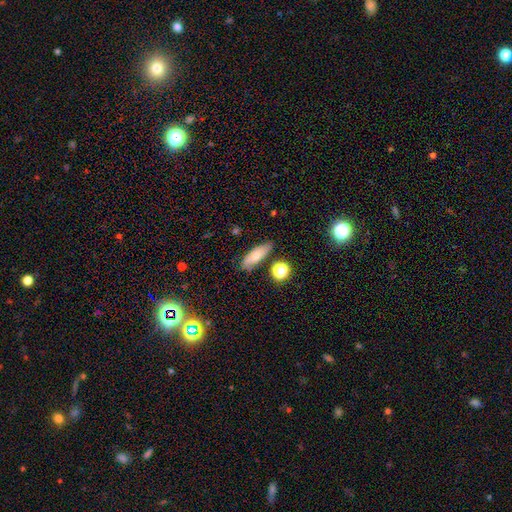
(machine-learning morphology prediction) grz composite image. It shows a smooth galaxy with no disk features (73%) that is in between round and cigar-shaped (57%). Merging: none (78%).